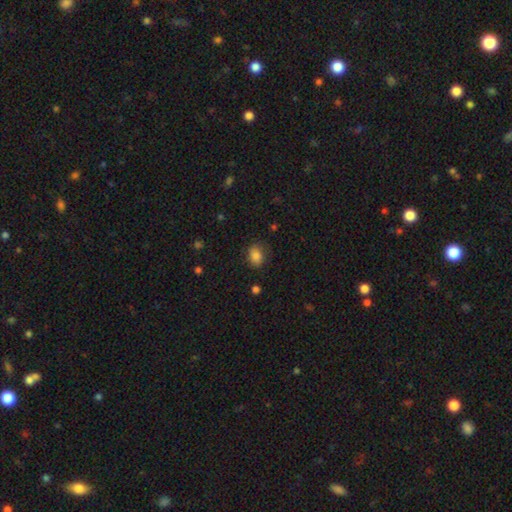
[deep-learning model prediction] This appears to be a smooth galaxy with no disk features (85%) that is in between round and cigar-shaped (64%). Merging: none (76%).